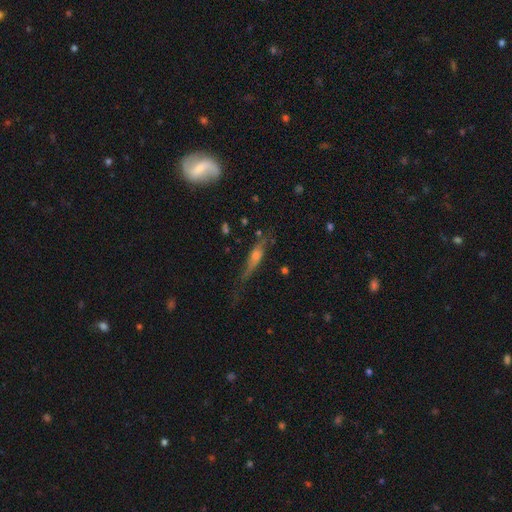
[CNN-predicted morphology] Smooth or featured? Predicted: featured or disk (p=0.57). Edge-on disk? Predicted: yes (p=0.82). Merging? Predicted: none (p=0.58).